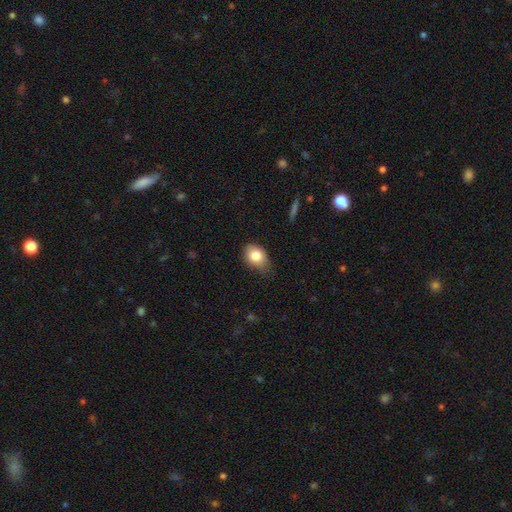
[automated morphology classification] A smooth galaxy with no disk features (82%) that is in between round and cigar-shaped (68%). Merging: none (56%).